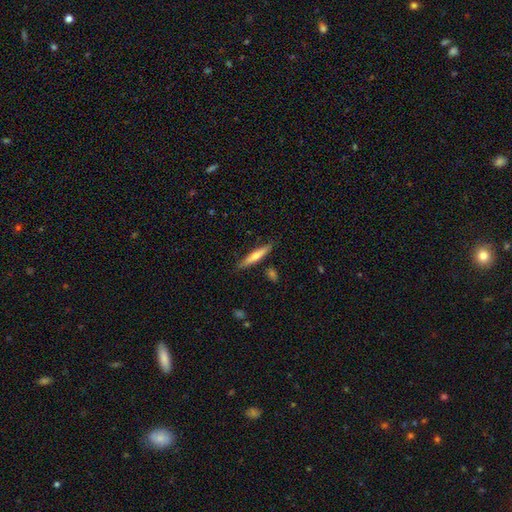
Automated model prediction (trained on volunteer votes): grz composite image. It shows a smooth galaxy with no disk features (54%) that is cigar-shaped (87%). Merging: none (84%).